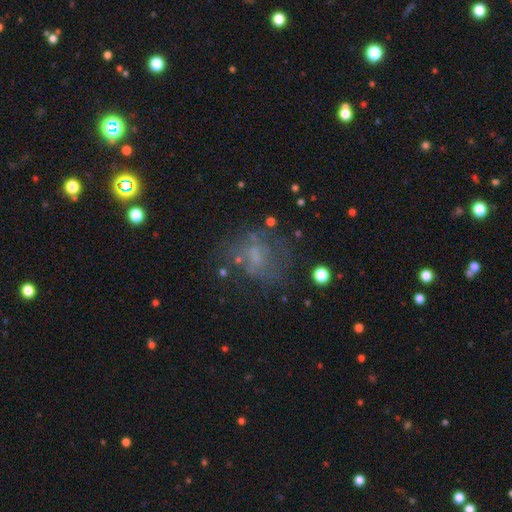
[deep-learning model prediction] smooth_or_featured: featured or disk (p=0.41) [alt: smooth p=0.37]
merging: none (p=0.51) [alt: major disturbance p=0.24]